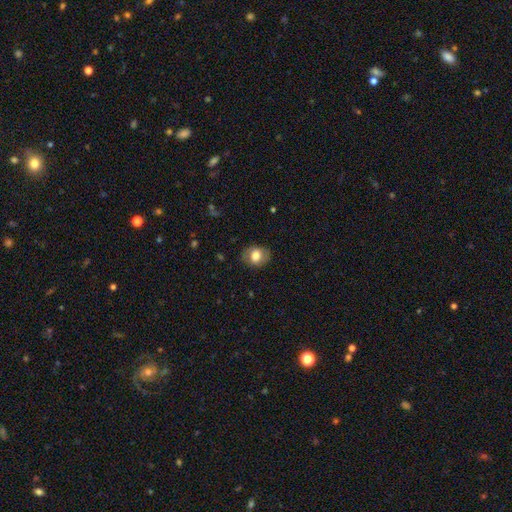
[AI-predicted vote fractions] smooth_or_featured: smooth (p=0.77) [alt: featured or disk p=0.15]
how_rounded: in between (p=0.51) [alt: round p=0.48]
merging: none (p=0.81) [alt: minor disturbance p=0.14]